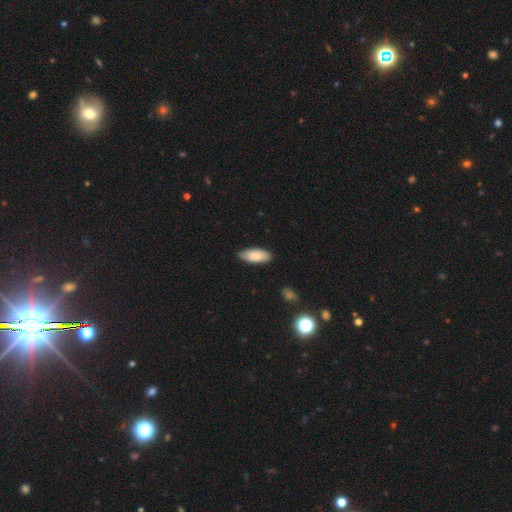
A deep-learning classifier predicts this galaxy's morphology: Q: Smooth or featured?
A: smooth (86%); runner-up: featured or disk (8%)
Q: How rounded?
A: in between (85%); runner-up: cigar-shaped (14%)
Q: Merging?
A: none (85%); runner-up: minor disturbance (11%)